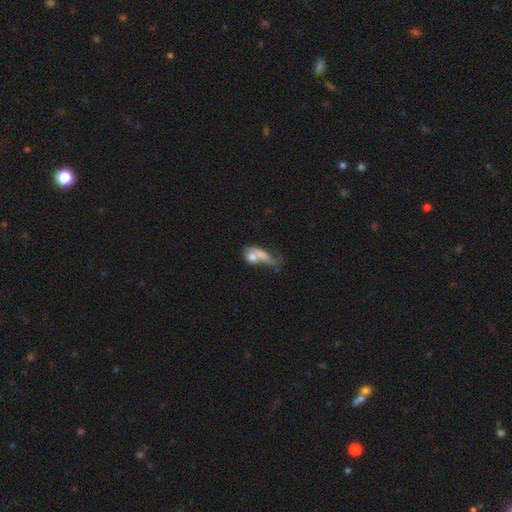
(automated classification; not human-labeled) Overall: smooth (60%; featured or disk 30%). How rounded: in between (62%; round 25%). Merging: merger (50%; major disturbance 22%).